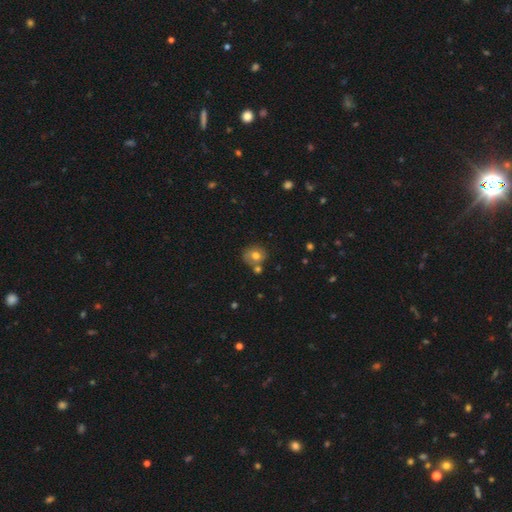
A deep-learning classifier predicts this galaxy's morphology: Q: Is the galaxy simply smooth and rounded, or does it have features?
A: smooth — 70%.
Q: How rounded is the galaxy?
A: round — 70%.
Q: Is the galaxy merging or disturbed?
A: none — 62%.